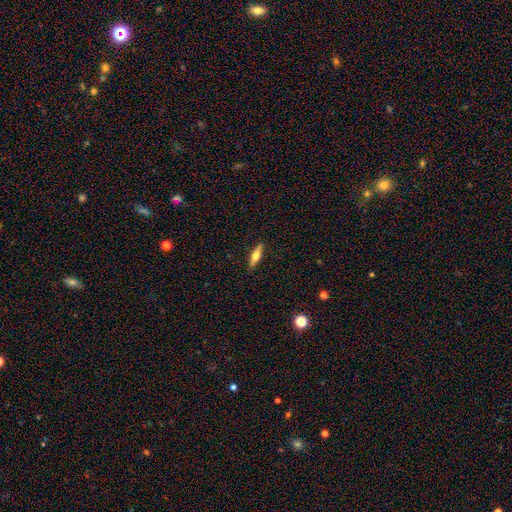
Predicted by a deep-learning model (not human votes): featured or disk 49%, smooth 44%, star or artifact 6%. Down the decision tree: merging — none (90%).